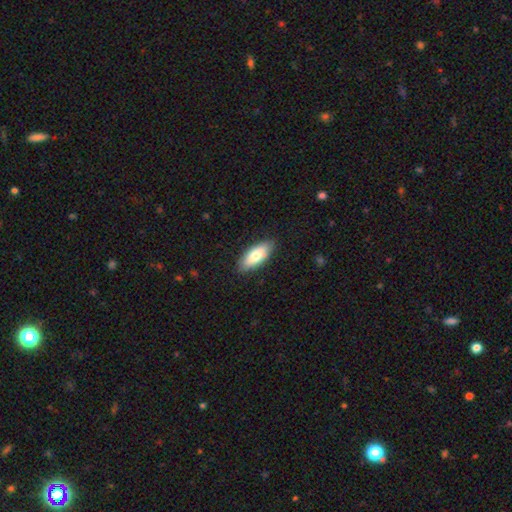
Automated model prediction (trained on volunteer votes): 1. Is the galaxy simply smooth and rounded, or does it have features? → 73% smooth, 21% featured or disk, 6% star or artifact.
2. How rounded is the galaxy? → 79% in between, 19% cigar-shaped, 2% round.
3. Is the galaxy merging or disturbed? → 87% none, 10% minor disturbance, 2% major disturbance, 1% merger.